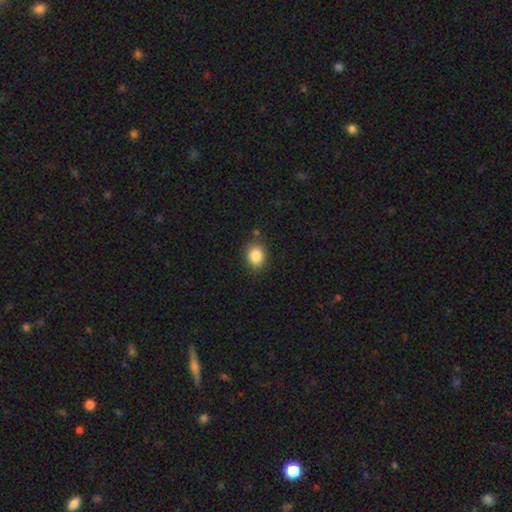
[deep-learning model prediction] Morphology: type=smooth (86%); roundness=round (50%); merging=none (82%).